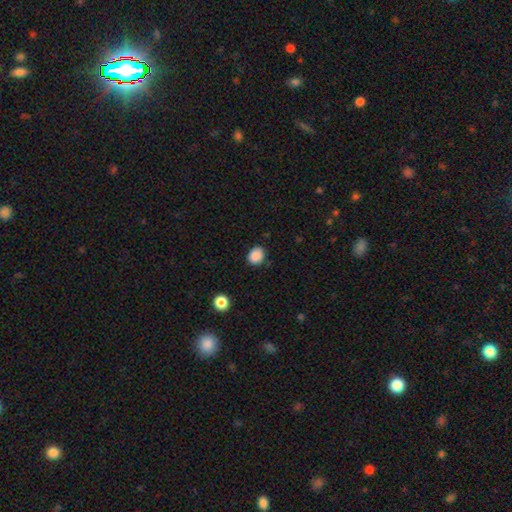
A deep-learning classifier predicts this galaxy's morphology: Overall: smooth (88%). How rounded: round (54%; in between 45%). Merging: none (82%).